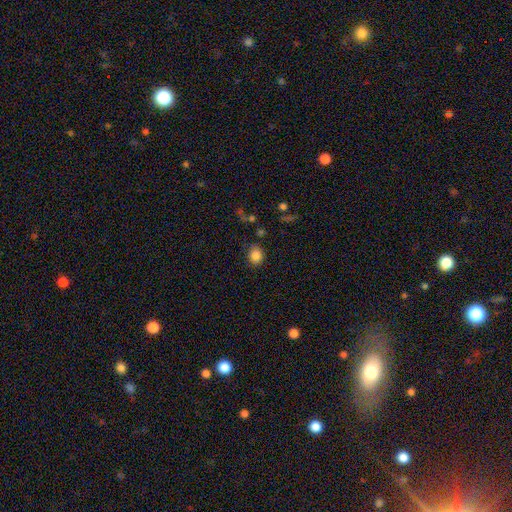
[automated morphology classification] Q: Smooth or featured?
A: smooth (84%); runner-up: star or artifact (11%)
Q: How rounded?
A: round (70%); runner-up: in between (29%)
Q: Merging?
A: none (79%); runner-up: minor disturbance (14%)